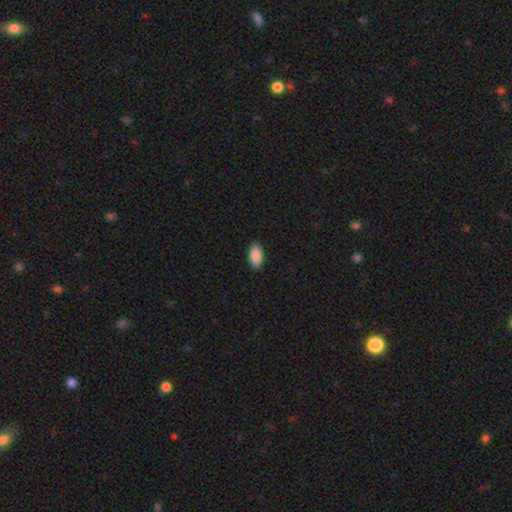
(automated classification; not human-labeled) smooth 90%, star or artifact 7%, featured or disk 4%. Down the decision tree: how rounded — in between (95%); merging — none (90%).